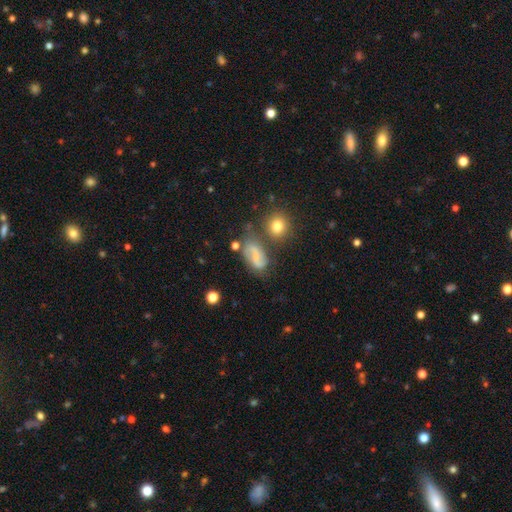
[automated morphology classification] smooth-or-featured: featured or disk: 51% | smooth: 37% | star or artifact: 12%
  disk-edge-on: no: 95% | yes: 5%
  merging: none: 55% | minor disturbance: 23% | major disturbance: 11% | merger: 11%